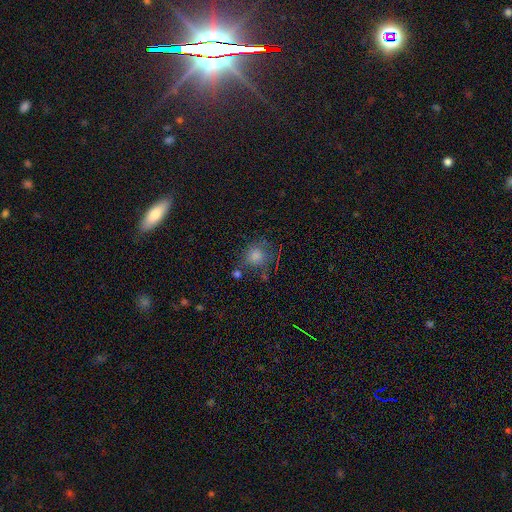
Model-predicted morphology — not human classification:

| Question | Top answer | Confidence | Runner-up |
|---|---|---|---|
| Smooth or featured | smooth | 68% | star or artifact (17%) |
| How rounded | round | 82% | in between (16%) |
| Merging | none | 61% | minor disturbance (21%) |